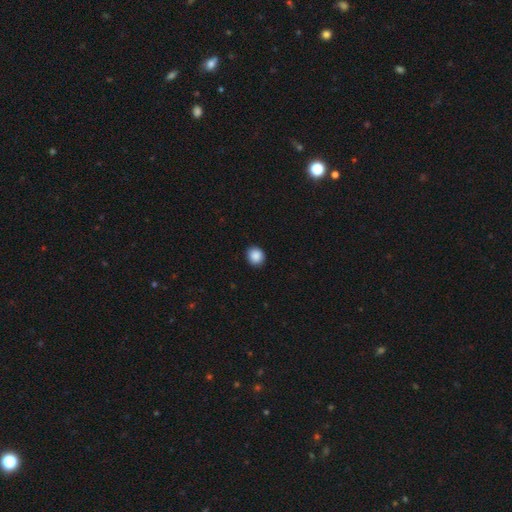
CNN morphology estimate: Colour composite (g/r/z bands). It shows a smooth galaxy with no disk features (89%) that is round (82%). Merging: none (90%).